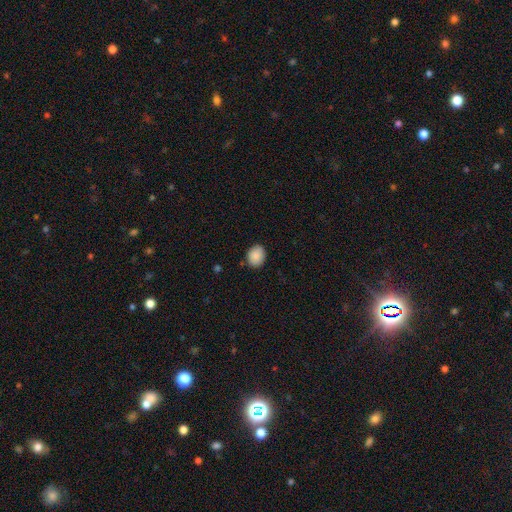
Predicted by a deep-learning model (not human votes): This is clearly a smooth galaxy (89%). How rounded: possibly round (53%). Merging: clearly none (85%).